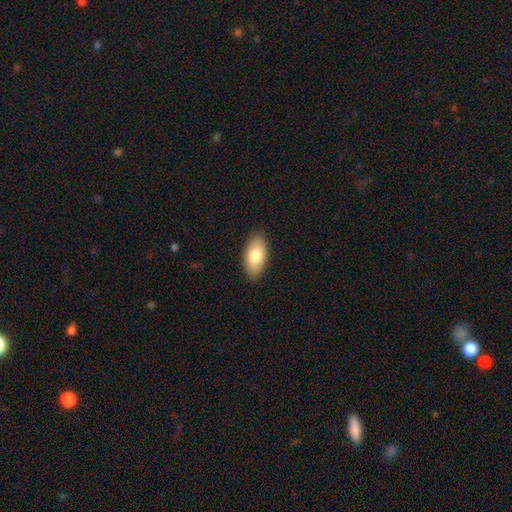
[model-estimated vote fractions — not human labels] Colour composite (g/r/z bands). It shows a smooth galaxy with no disk features (80%) that is in between round and cigar-shaped (93%). Merging: none (87%).